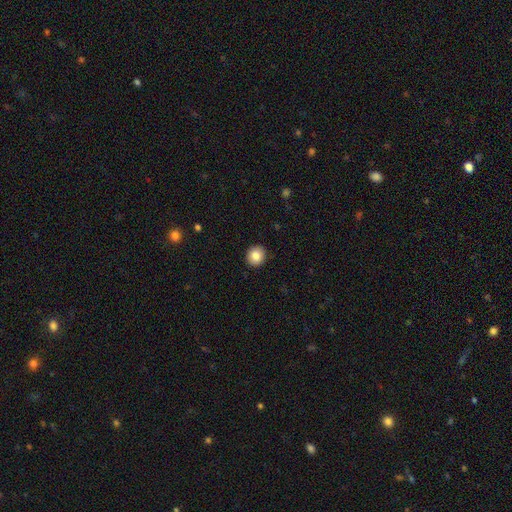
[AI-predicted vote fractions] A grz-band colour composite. It shows a smooth galaxy with no disk features (86%) that is round (89%). Merging: none (92%).